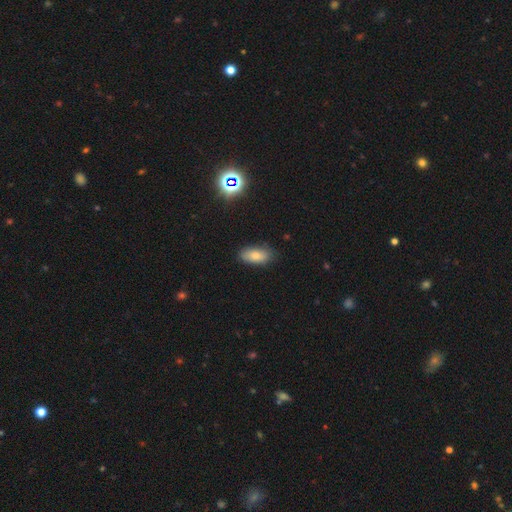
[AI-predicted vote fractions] A smooth galaxy with no disk features (79%) that is in between round and cigar-shaped (88%). Merging: none (81%).